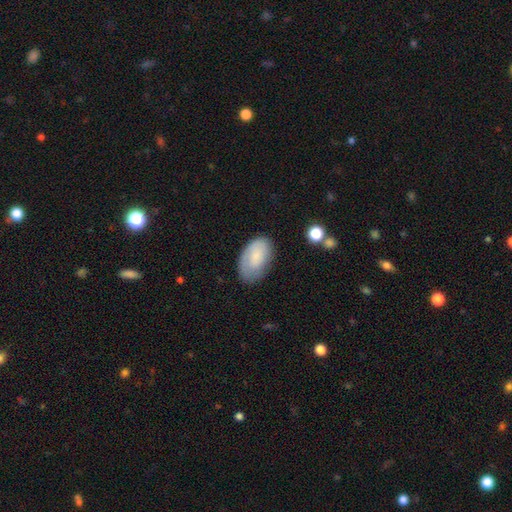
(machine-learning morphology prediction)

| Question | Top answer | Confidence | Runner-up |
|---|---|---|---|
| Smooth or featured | smooth | 73% | featured or disk (20%) |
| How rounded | in between | 94% | round (5%) |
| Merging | none | 67% | minor disturbance (24%) |